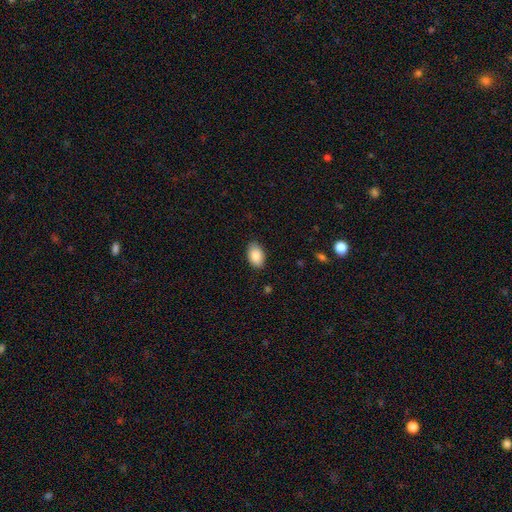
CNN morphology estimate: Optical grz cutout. It shows a smooth galaxy with no disk features (87%) that is in between round and cigar-shaped (91%). Merging: none (85%).